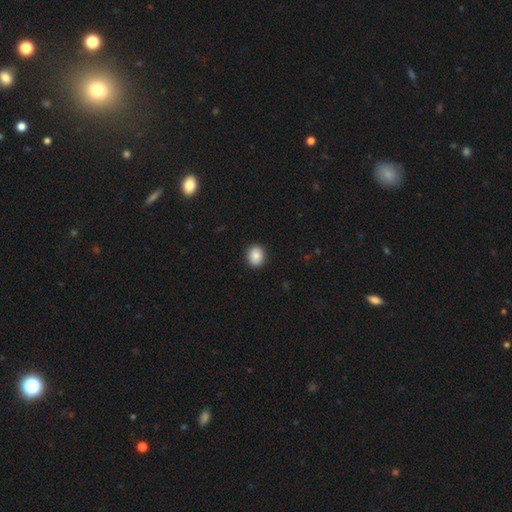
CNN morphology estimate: Smooth or featured? Predicted: smooth (p=0.86). How rounded? Predicted: round (p=0.68). Merging? Predicted: none (p=0.91).